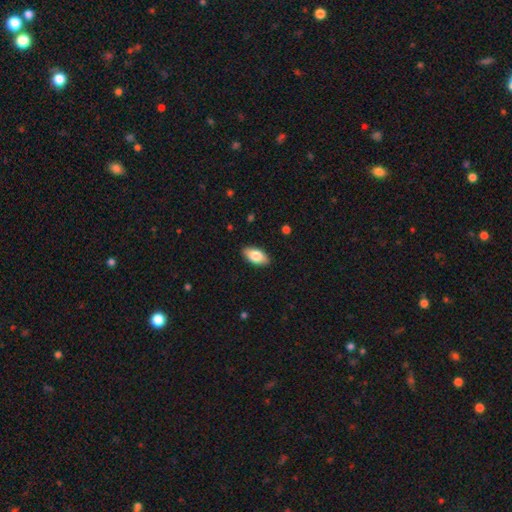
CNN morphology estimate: smooth 81%, featured or disk 13%, star or artifact 6%. Down the decision tree: how rounded — in between (92%); merging — none (89%).